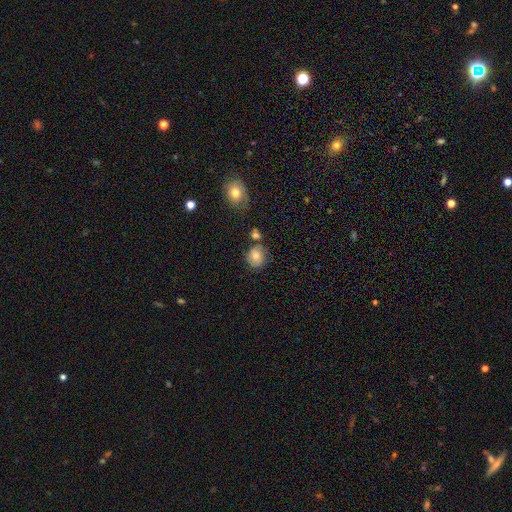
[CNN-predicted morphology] Q: Smooth or featured?
A: smooth (72%); runner-up: featured or disk (17%)
Q: How rounded?
A: round (79%); runner-up: in between (20%)
Q: Merging?
A: none (63%); runner-up: minor disturbance (19%)